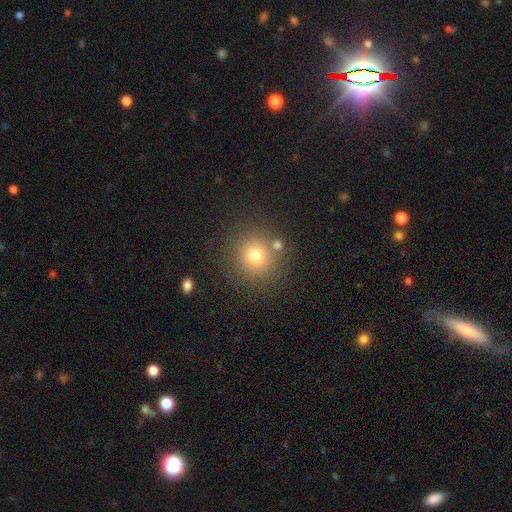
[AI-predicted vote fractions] This appears to be a smooth galaxy with no disk features (73%) that is round (92%). Merging: none (79%).